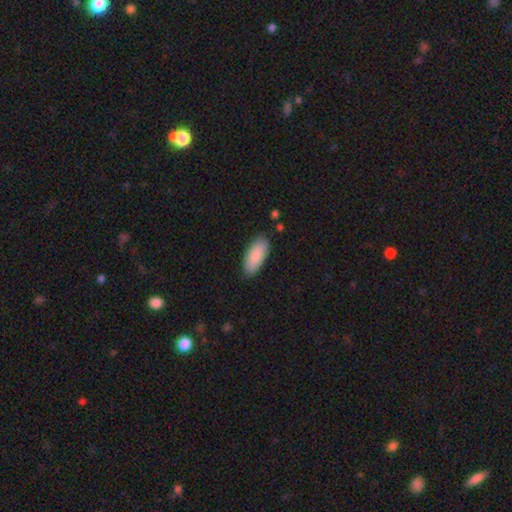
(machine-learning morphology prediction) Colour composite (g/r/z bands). It shows a smooth galaxy with no disk features (86%) that is in between round and cigar-shaped (87%). Merging: none (84%).